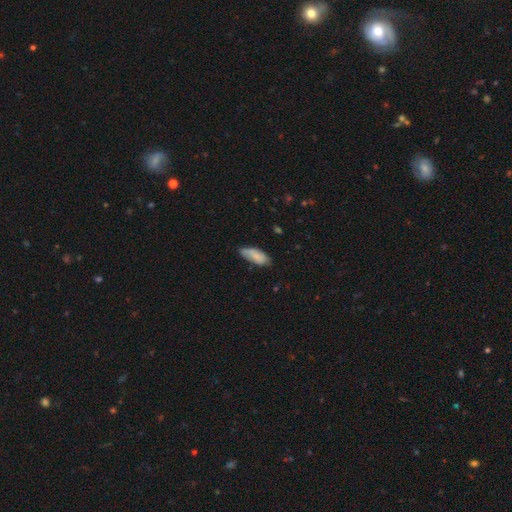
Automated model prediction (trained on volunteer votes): smooth 75%, featured or disk 18%, star or artifact 7%. Down the decision tree: how rounded — in between (79%); merging — none (67%).